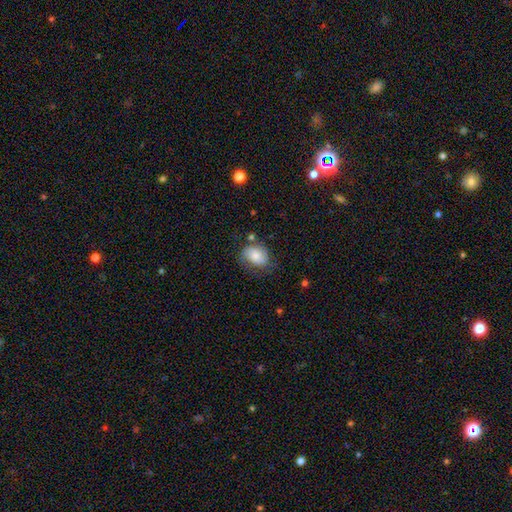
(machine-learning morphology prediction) Q: Smooth or featured?
A: smooth (69%); runner-up: featured or disk (23%)
Q: How rounded?
A: in between (63%); runner-up: round (36%)
Q: Merging?
A: none (58%); runner-up: minor disturbance (27%)